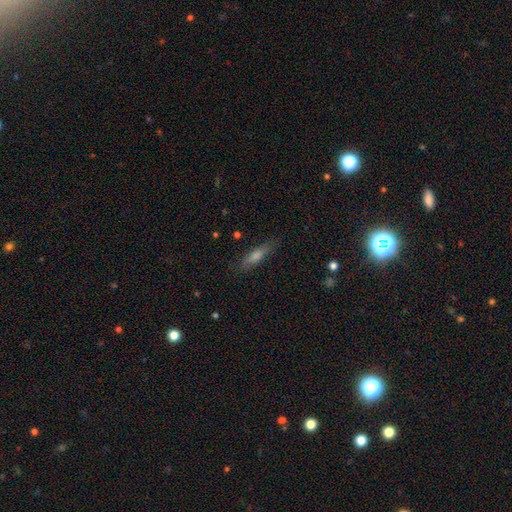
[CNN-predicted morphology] Smooth or featured? Predicted: smooth (p=0.53). How rounded? Predicted: cigar-shaped (p=0.78). Merging? Predicted: none (p=0.85).